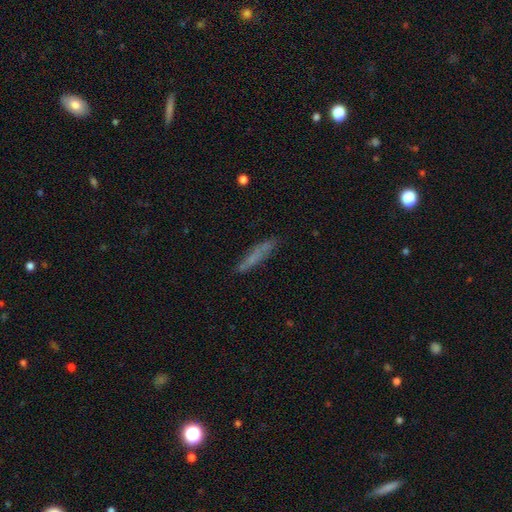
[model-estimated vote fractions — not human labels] Smooth or featured: smooth — 61% (featured or disk — 29%)
How rounded: cigar-shaped — 89% (in between — 9%)
Merging: none — 80% (minor disturbance — 14%)